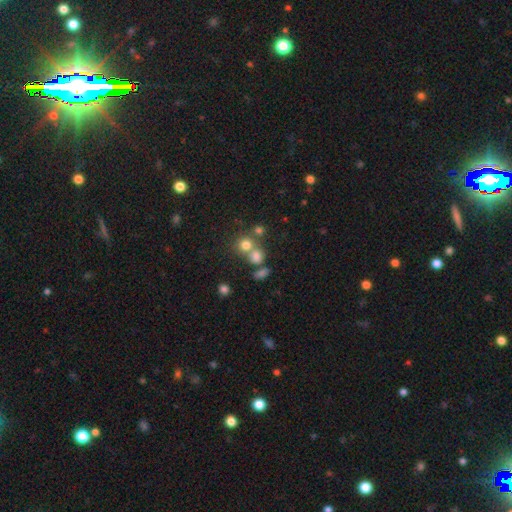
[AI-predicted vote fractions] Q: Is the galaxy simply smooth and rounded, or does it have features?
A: smooth — 67%.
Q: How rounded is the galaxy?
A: round — 79%.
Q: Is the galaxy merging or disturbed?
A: none — 51%.